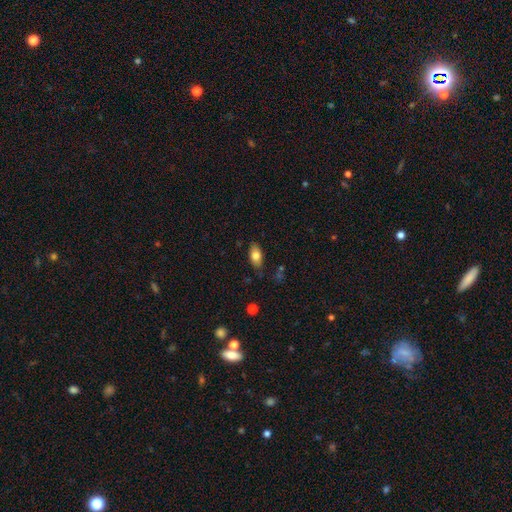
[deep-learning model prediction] Morphology: type=smooth (78%); roundness=in between (90%); merging=none (81%).